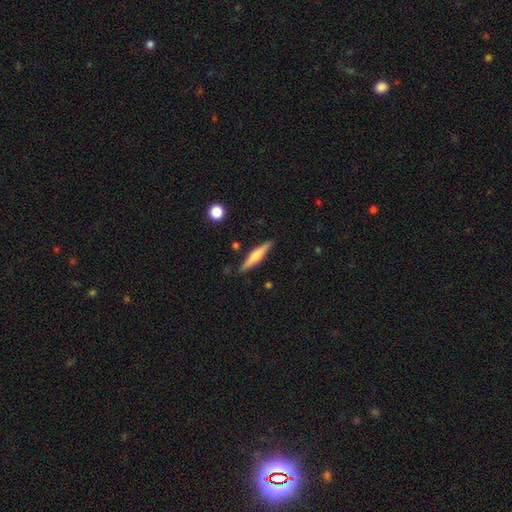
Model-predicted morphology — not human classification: Smooth or featured: featured or disk — 47% (tied with smooth — 47%)
Merging: none — 87% (minor disturbance — 9%)